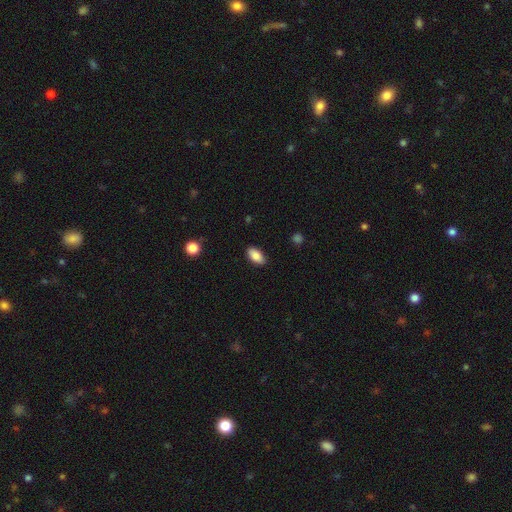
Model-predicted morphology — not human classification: Smooth or featured? Predicted: smooth (p=0.88). How rounded? Predicted: in between (p=0.93). Merging? Predicted: none (p=0.88).